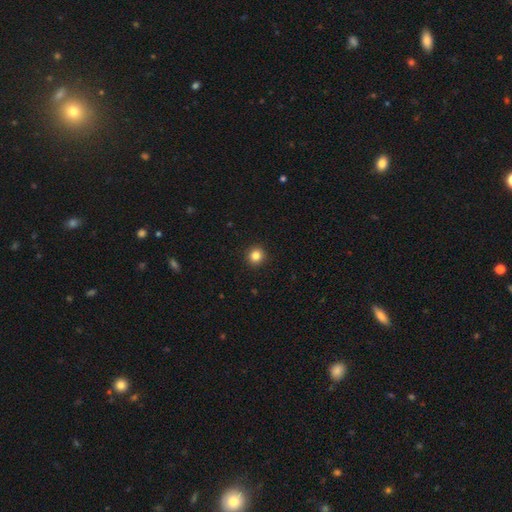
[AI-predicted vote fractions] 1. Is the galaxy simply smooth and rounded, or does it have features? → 84% smooth, 11% star or artifact, 5% featured or disk.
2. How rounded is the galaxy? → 92% round, 7% in between, 1% cigar-shaped.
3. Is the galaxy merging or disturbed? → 93% none, 5% minor disturbance, 2% major disturbance, 1% merger.